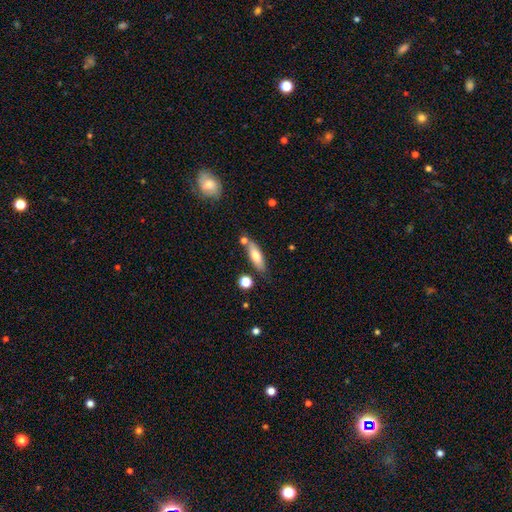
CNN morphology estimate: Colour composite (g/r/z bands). It shows a smooth galaxy with no disk features (67%) that is cigar-shaped (51%). Merging: none (73%).